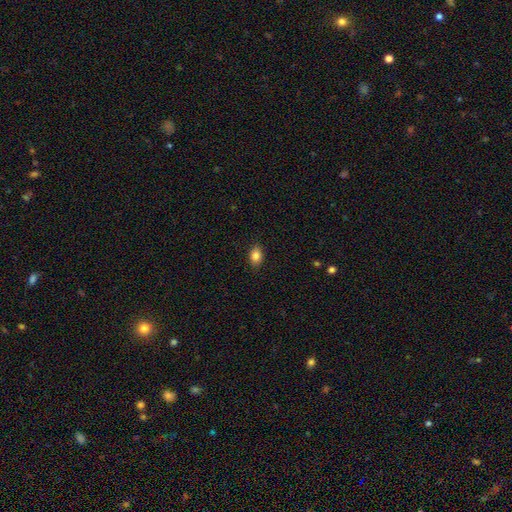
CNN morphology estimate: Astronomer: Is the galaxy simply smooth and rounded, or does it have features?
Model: smooth — 85%.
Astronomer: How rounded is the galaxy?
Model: in between — 80%.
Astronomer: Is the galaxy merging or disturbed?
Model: none — 88%.